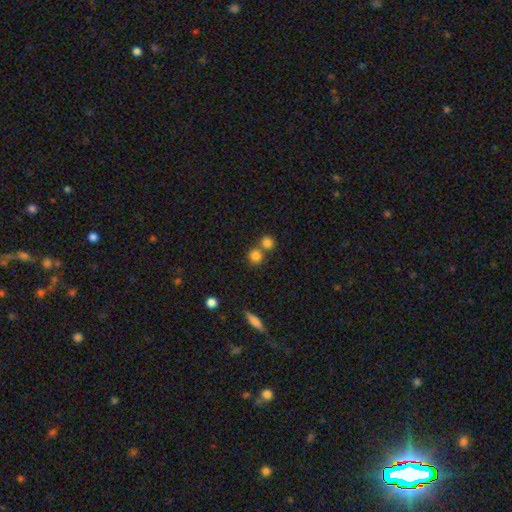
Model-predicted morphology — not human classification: Overall: smooth (81%). How rounded: round (89%). Merging: none (57%; merger 34%).